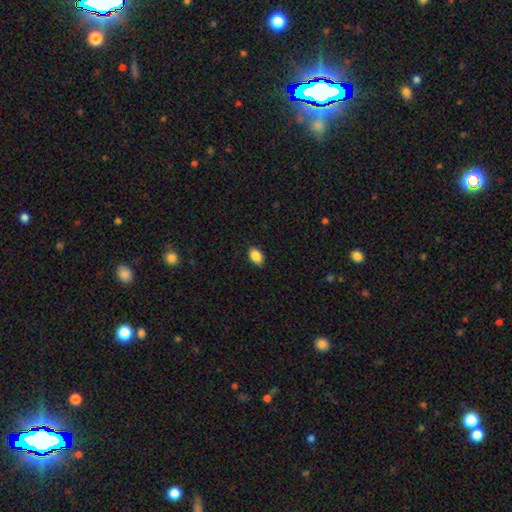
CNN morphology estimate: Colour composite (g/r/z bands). It shows a smooth galaxy with no disk features (88%) that is in between round and cigar-shaped (89%). Merging: none (87%).